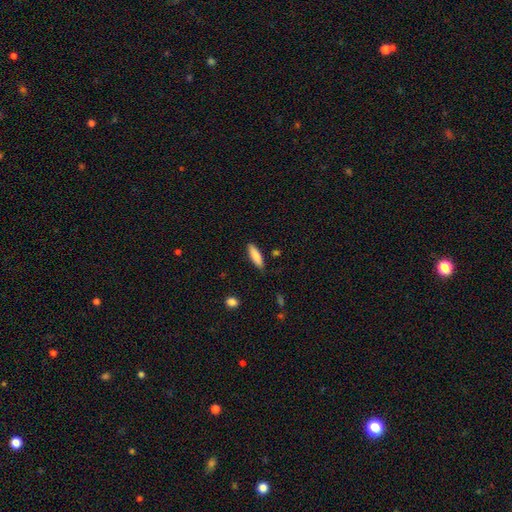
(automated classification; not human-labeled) Morphology: type=smooth (85%); roundness=cigar-shaped (56%); merging=none (85%).